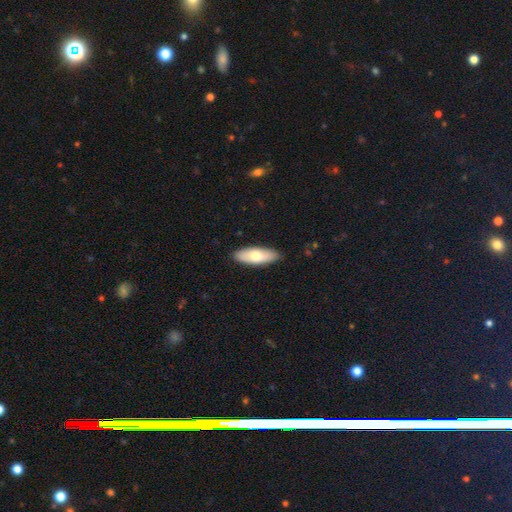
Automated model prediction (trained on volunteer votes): Overall: smooth (69%). How rounded: in between (74%). Merging: none (88%).